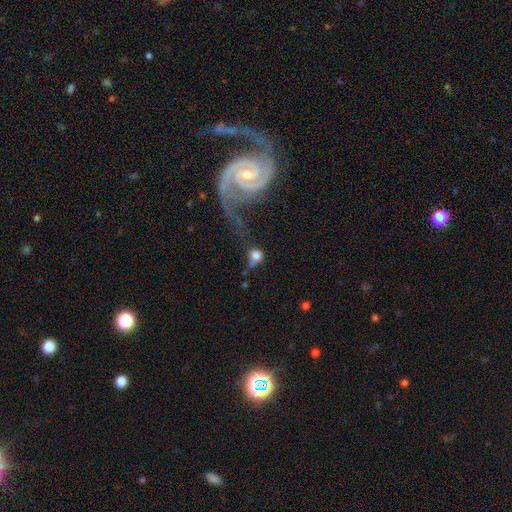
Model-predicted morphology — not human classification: A smooth galaxy with no disk features (71%) that is round (81%). Merging: none (30%, tied with major disturbance).